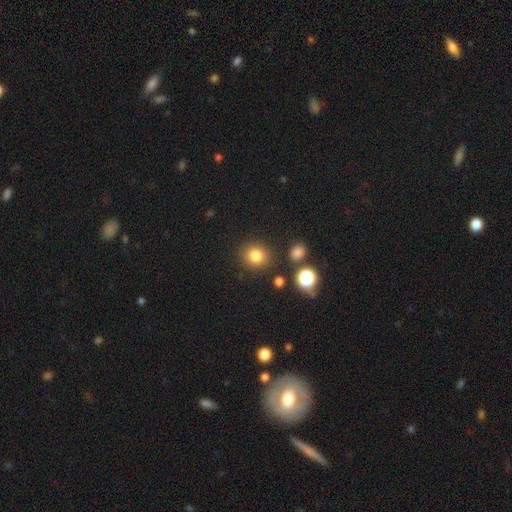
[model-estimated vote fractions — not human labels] Smooth or featured?
  - smooth: 81% *
  - star or artifact: 13%
  - featured or disk: 6%
How rounded?
  - round: 83% *
  - in between: 16%
  - cigar-shaped: 1%
Merging?
  - none: 85% *
  - minor disturbance: 8%
  - merger: 3%
  - major disturbance: 3%